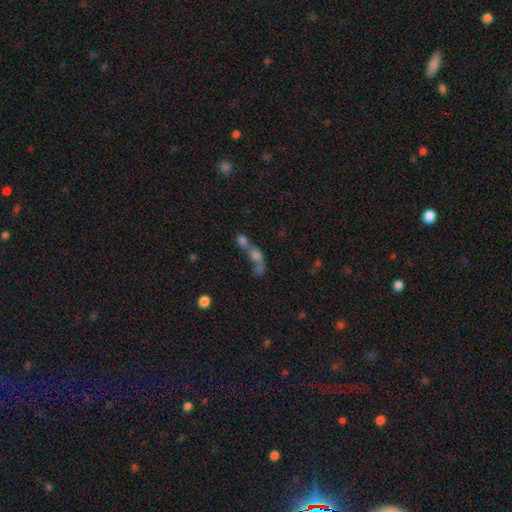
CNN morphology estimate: smooth-or-featured: smooth: 56% | featured or disk: 25% | star or artifact: 19%
  how-rounded: in between: 52% | round: 34% | cigar-shaped: 15%
  merging: merger: 70% | none: 15% | major disturbance: 9% | minor disturbance: 6%